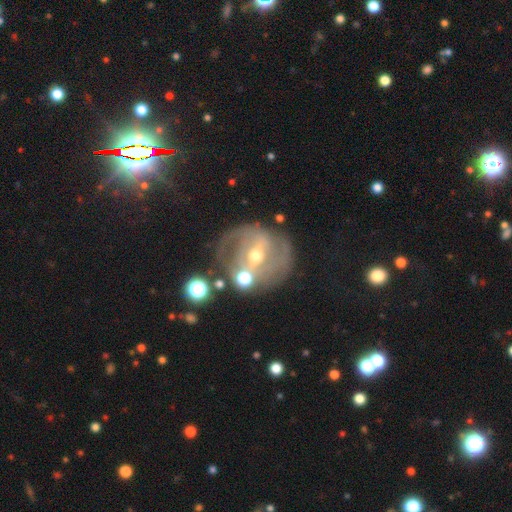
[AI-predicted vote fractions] The model was most divided on "spiral winding": tight: 44%, medium: 39%, loose: 18%. Remaining: edge-on disk — no (95%); spiral arms — yes (80%); smooth or featured — featured or disk (78%); merging — none (60%); bulge size — moderate (55%); spiral arm count — 2 (52%); bar — strong (44%).